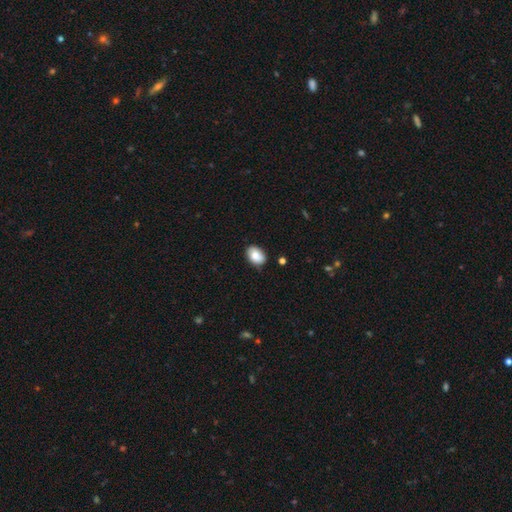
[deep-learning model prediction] A smooth galaxy with no disk features (84%) that is in between round and cigar-shaped (83%).

Vote fractions:
- Smooth or featured? smooth: 84% / featured or disk: 9% / star or artifact: 7%
- How rounded? in between: 83% / round: 16% / cigar-shaped: 1%
- Merging? none: 82% / minor disturbance: 14% / major disturbance: 2% / merger: 2%